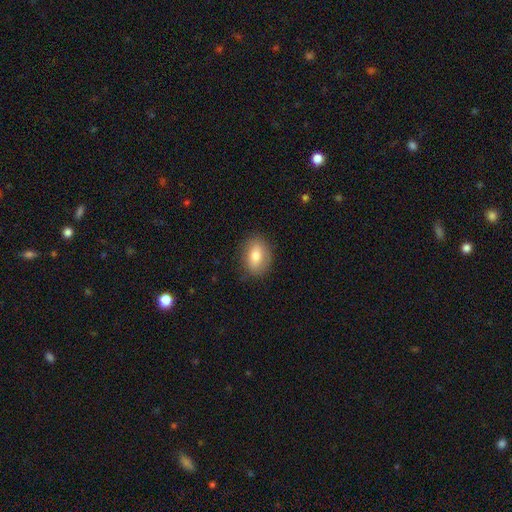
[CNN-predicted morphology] smooth_or_featured: smooth (p=0.75) [alt: featured or disk p=0.17]
how_rounded: in between (p=0.81) [alt: round p=0.16]
merging: none (p=0.83) [alt: minor disturbance p=0.13]